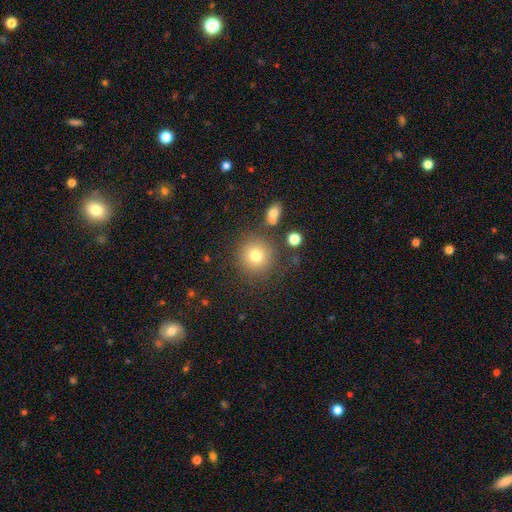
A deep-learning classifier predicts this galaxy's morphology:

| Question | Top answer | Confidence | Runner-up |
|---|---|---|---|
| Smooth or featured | smooth | 76% | star or artifact (14%) |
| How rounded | round | 93% | in between (6%) |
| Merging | none | 83% | minor disturbance (9%) |